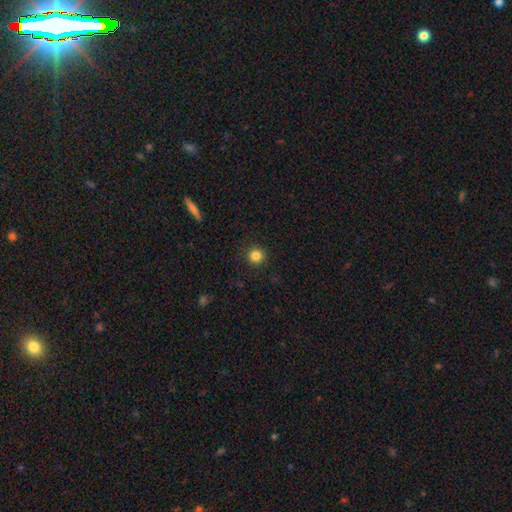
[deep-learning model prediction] Smooth or featured? Predicted: smooth (p=0.84). How rounded? Predicted: round (p=0.94). Merging? Predicted: none (p=0.92).